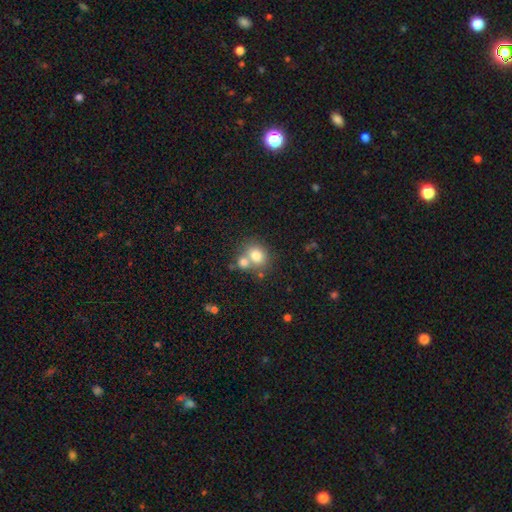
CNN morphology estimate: Smooth or featured?
  - smooth: 77% *
  - featured or disk: 12%
  - star or artifact: 11%
How rounded?
  - round: 68% *
  - in between: 32%
  - cigar-shaped: 1%
Merging?
  - none: 46% *
  - merger: 42%
  - minor disturbance: 9%
  - major disturbance: 3%